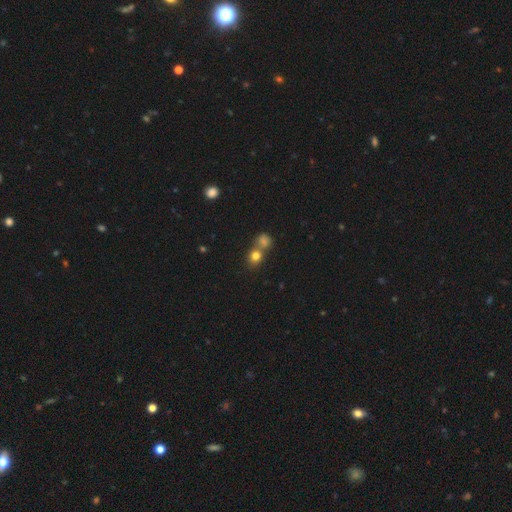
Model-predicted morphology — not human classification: Smooth or featured?
  - smooth: 78% *
  - star or artifact: 14%
  - featured or disk: 8%
How rounded?
  - round: 78% *
  - in between: 21%
  - cigar-shaped: 1%
Merging?
  - none: 47% *
  - merger: 42%
  - minor disturbance: 7%
  - major disturbance: 3%